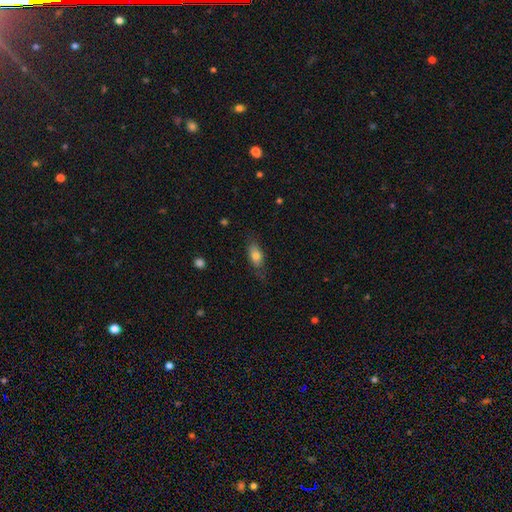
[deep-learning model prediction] Smooth or featured: smooth — 76% (featured or disk — 16%)
How rounded: in between — 83% (cigar-shaped — 12%)
Merging: none — 74% (minor disturbance — 20%)